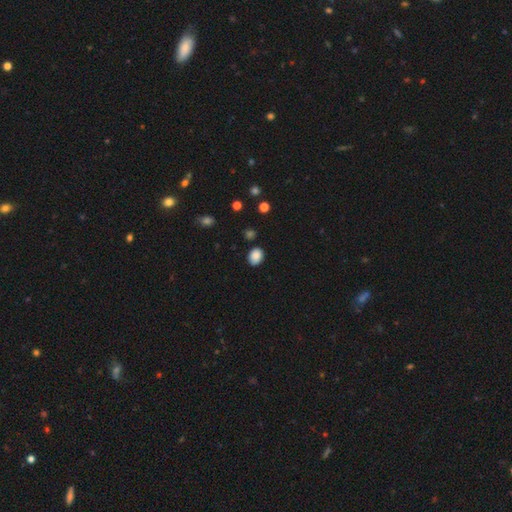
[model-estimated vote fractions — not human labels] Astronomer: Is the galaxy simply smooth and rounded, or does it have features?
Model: smooth — 86%.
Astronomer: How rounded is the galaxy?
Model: in between — 60% (runner-up: round, 39%).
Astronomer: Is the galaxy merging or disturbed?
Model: none — 81%.